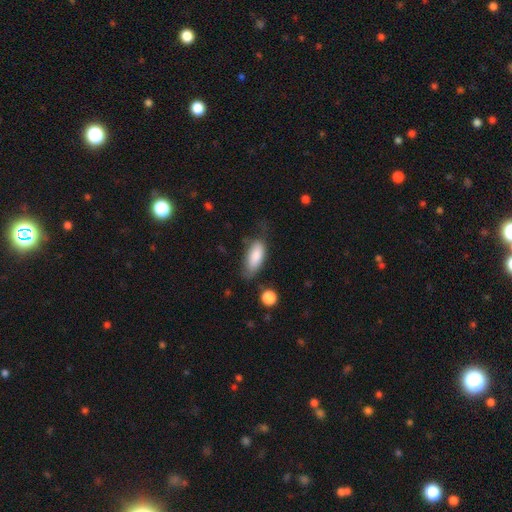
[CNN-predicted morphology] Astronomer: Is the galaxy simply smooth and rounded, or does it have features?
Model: smooth — 82%.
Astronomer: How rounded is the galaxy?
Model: in between — 83%.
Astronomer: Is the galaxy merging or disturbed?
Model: none — 51% (runner-up: minor disturbance, 32%).